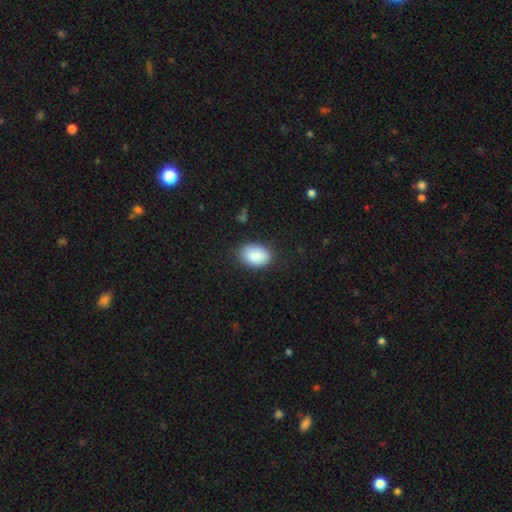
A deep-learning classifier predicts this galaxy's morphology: Smooth or featured?
  - smooth: 90% *
  - star or artifact: 6%
  - featured or disk: 4%
How rounded?
  - in between: 86% *
  - round: 13%
  - cigar-shaped: 1%
Merging?
  - none: 84% *
  - minor disturbance: 11%
  - major disturbance: 3%
  - merger: 1%